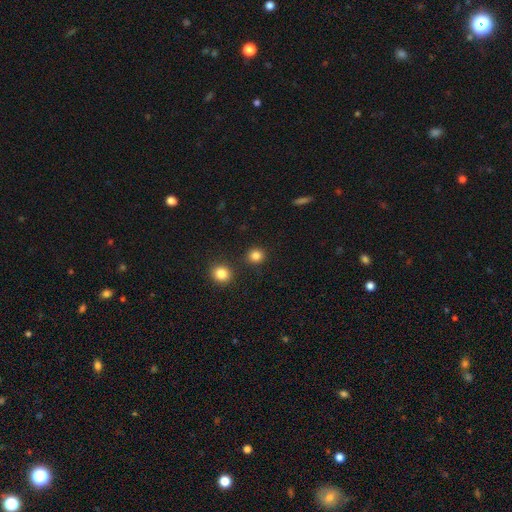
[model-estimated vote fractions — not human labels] A smooth galaxy with no disk features (84%) that is round (88%).

Vote fractions:
- Smooth or featured? smooth: 84% / star or artifact: 12% / featured or disk: 4%
- How rounded? round: 88% / in between: 11% / cigar-shaped: 1%
- Merging? none: 87% / minor disturbance: 6% / merger: 5% / major disturbance: 2%